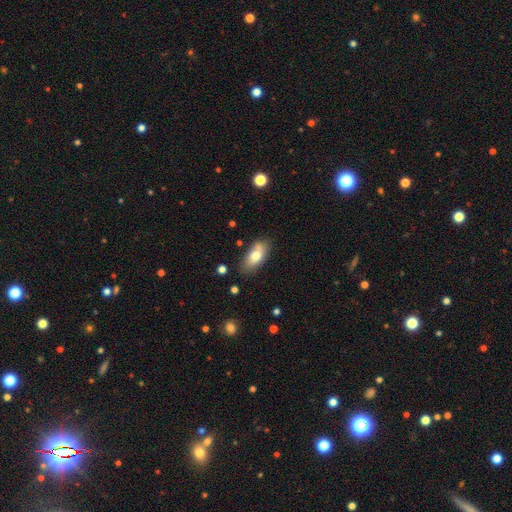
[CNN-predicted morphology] Smooth or featured?
  - smooth: 74% *
  - featured or disk: 19%
  - star or artifact: 7%
How rounded?
  - in between: 88% *
  - cigar-shaped: 9%
  - round: 4%
Merging?
  - none: 73% *
  - minor disturbance: 18%
  - merger: 5%
  - major disturbance: 4%